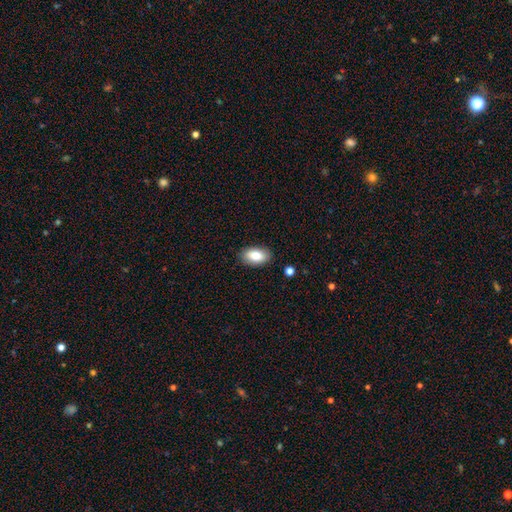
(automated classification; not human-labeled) smooth_or_featured: smooth (p=0.84) [alt: featured or disk p=0.09]
how_rounded: in between (p=0.93) [alt: round p=0.04]
merging: none (p=0.87) [alt: minor disturbance p=0.09]